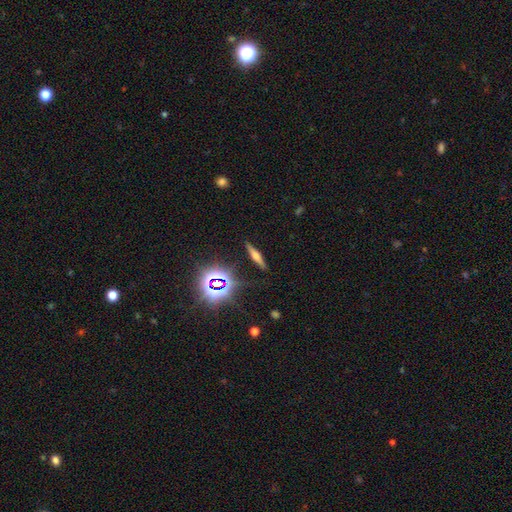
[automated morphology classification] type=featured or disk (47%); merging=none (87%).